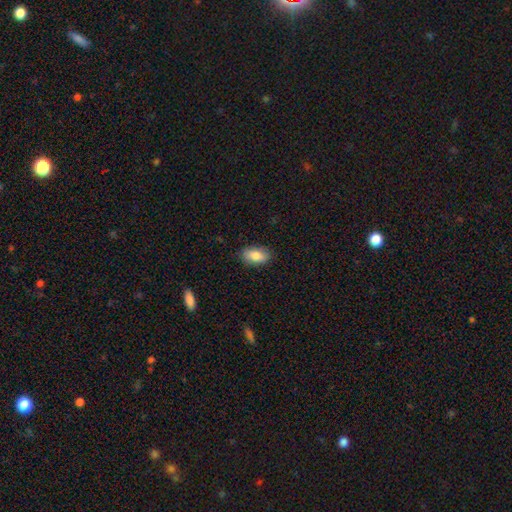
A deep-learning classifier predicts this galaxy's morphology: type=smooth (81%); roundness=in between (91%); merging=none (85%).